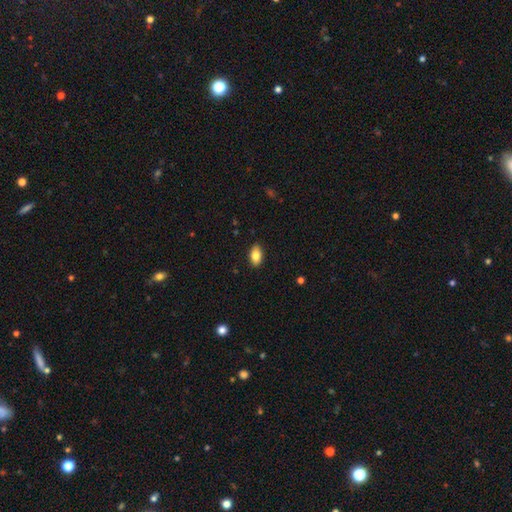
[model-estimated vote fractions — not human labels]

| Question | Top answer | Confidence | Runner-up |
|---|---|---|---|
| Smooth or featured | smooth | 83% | featured or disk (10%) |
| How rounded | in between | 91% | round (5%) |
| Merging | none | 88% | minor disturbance (9%) |